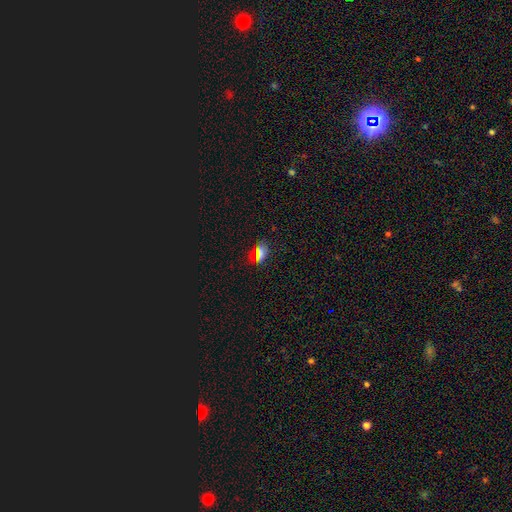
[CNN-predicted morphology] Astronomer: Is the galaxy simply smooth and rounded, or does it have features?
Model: smooth — 61%.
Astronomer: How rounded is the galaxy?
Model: in between — 71%.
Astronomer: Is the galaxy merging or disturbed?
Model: none — 82%.